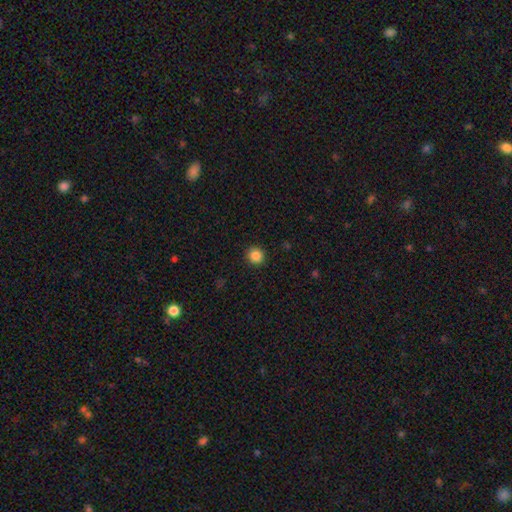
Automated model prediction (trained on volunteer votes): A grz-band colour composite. It shows a smooth galaxy with no disk features (86%) that is round (94%). Merging: none (92%).